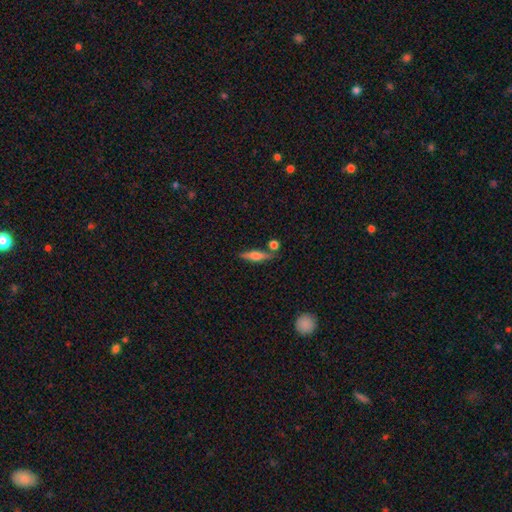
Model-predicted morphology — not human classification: smooth_or_featured: smooth (p=0.49) [alt: featured or disk p=0.43]
merging: none (p=0.73) [alt: minor disturbance p=0.12]